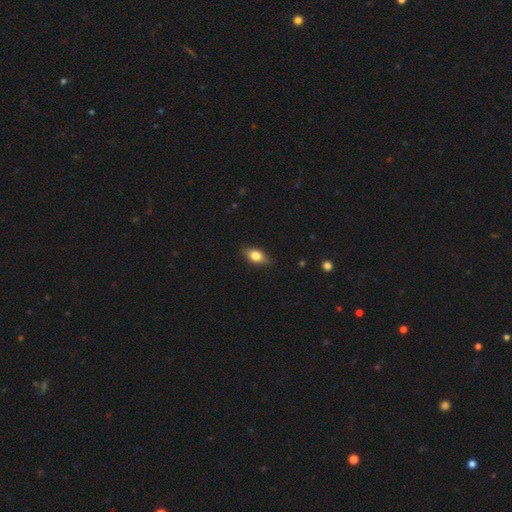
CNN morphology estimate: Overall: smooth (73%). How rounded: in between (83%). Merging: none (83%).